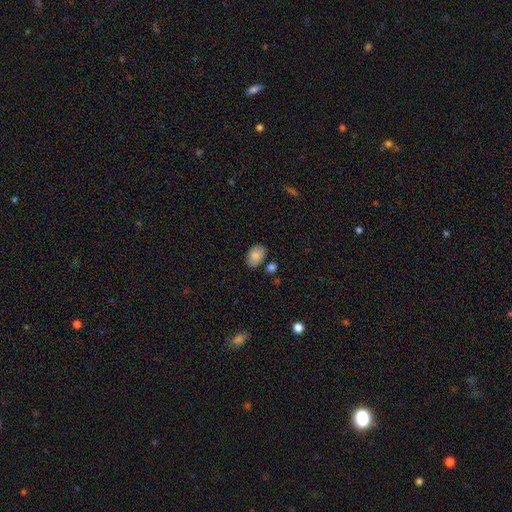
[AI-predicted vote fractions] smooth-or-featured: smooth: 86% | star or artifact: 7% | featured or disk: 6%
  how-rounded: in between: 87% | round: 12% | cigar-shaped: 1%
  merging: none: 77% | minor disturbance: 14% | merger: 6% | major disturbance: 3%